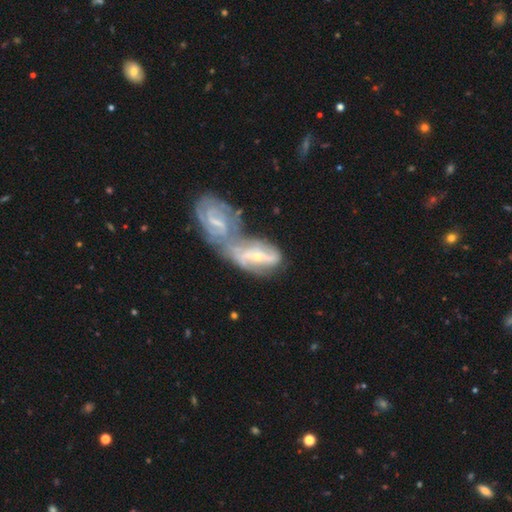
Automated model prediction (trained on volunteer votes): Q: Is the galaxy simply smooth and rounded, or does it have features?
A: featured or disk — 79%.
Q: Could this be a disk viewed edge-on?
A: no — 93%.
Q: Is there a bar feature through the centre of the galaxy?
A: weak — 37%.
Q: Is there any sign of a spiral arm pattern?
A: yes — 87%.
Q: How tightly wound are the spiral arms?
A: medium — 40%.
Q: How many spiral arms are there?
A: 2 — 60%.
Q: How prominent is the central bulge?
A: small — 62%.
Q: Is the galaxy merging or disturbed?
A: merger — 78%.